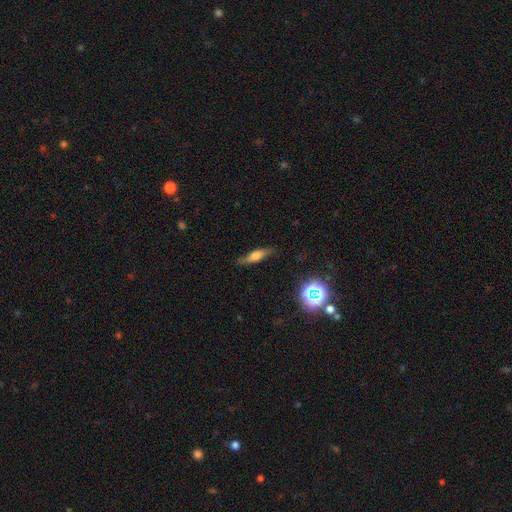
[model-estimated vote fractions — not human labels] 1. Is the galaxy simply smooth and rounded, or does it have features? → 53% smooth, 36% featured or disk, 11% star or artifact.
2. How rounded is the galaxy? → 62% cigar-shaped, 34% in between, 4% round.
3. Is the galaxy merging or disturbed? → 81% none, 15% minor disturbance, 3% major disturbance, 1% merger.